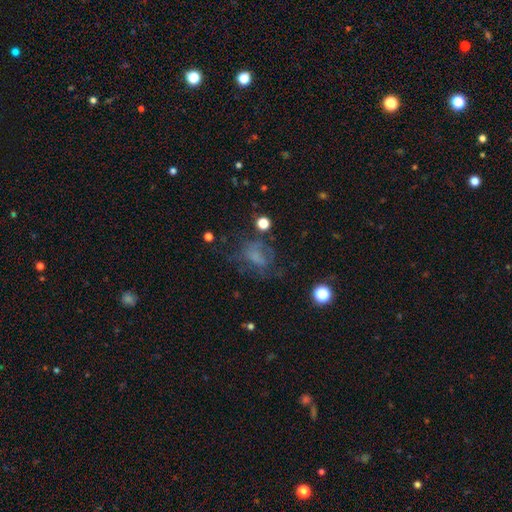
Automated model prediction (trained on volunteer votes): Morphology: type=smooth (43%); merging=none (46%).